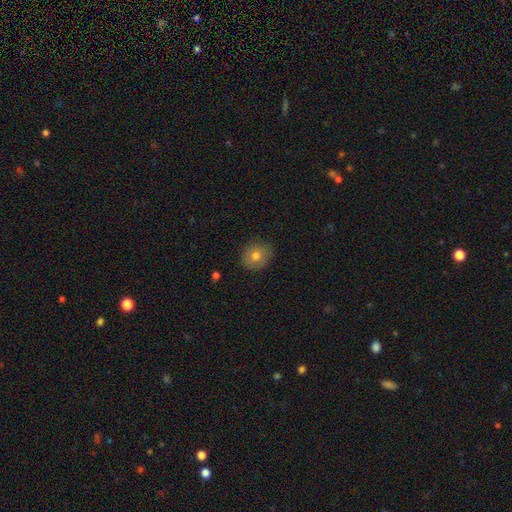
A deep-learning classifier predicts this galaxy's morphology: The model was most divided on "how rounded": round: 63%, in between: 36%, cigar-shaped: 1%. More confident: merging — none (85%); smooth or featured — smooth (71%).